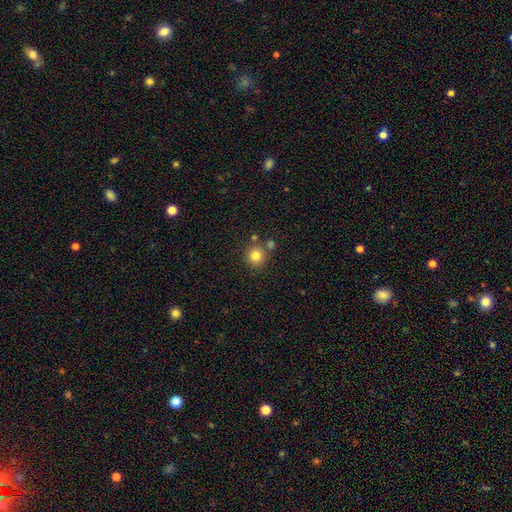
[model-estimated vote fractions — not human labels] Smooth or featured: smooth — 81% (star or artifact — 12%)
How rounded: round — 93% (in between — 6%)
Merging: none — 78% (merger — 12%)